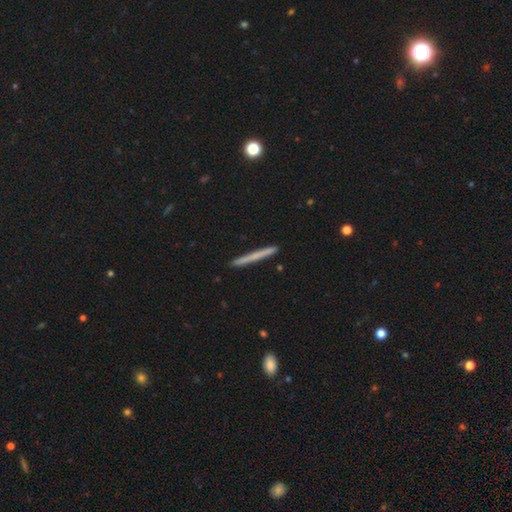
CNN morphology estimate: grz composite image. It shows a smooth galaxy with no disk features (61%) that is cigar-shaped (97%). Merging: none (92%).